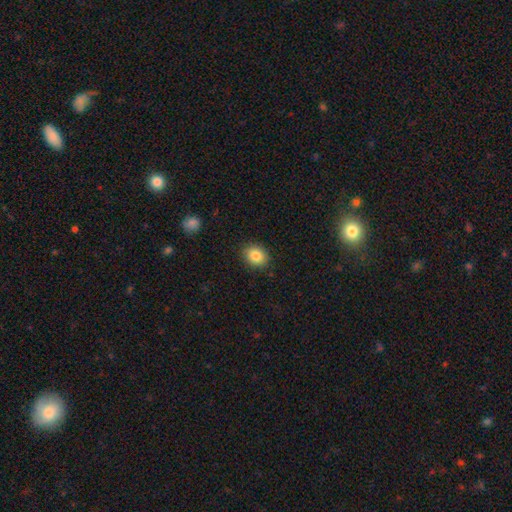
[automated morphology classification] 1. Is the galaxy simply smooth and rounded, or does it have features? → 85% smooth, 9% star or artifact, 6% featured or disk.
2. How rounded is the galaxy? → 55% round, 44% in between, 1% cigar-shaped.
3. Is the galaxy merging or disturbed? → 88% none, 9% minor disturbance, 2% major disturbance, 1% merger.